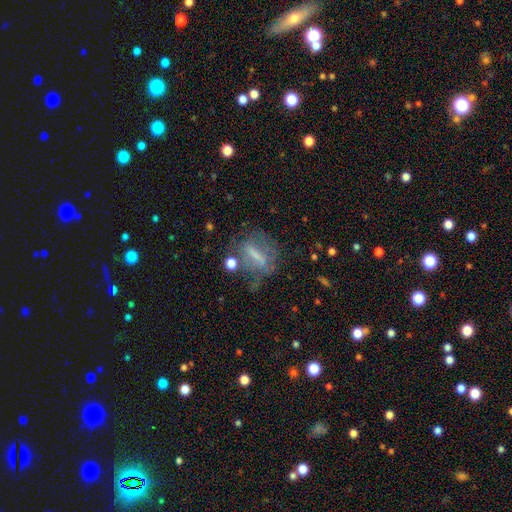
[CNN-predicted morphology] This is possibly a featured or disk galaxy (47%). Merging: possibly none (49%).